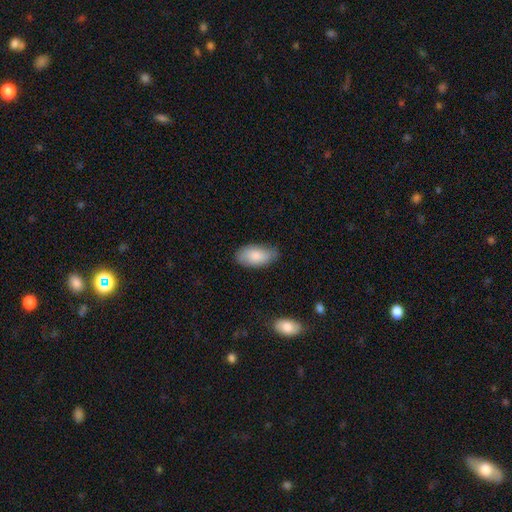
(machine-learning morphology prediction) Smooth or featured? Predicted: smooth (p=0.85). How rounded? Predicted: in between (p=0.94). Merging? Predicted: none (p=0.75).